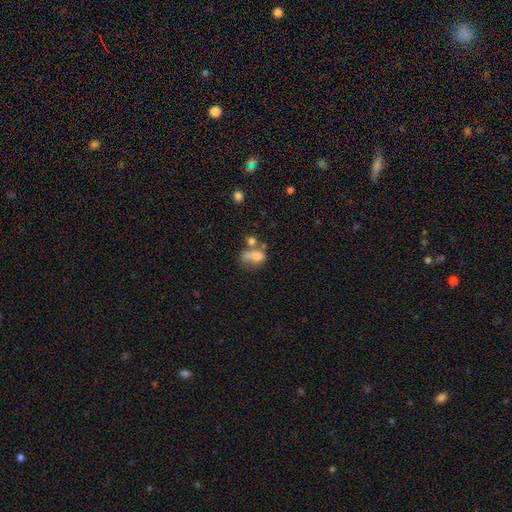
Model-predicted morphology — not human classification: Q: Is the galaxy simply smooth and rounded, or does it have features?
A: smooth — 68%.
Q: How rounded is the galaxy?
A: in between — 74%.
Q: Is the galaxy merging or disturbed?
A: merger — 37%.